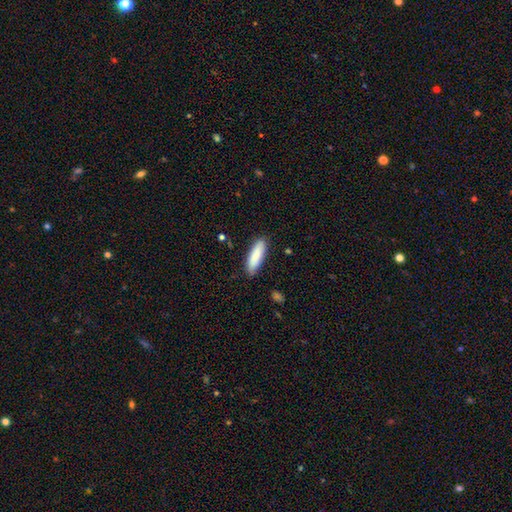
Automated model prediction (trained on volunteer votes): This is clearly a smooth galaxy (87%). How rounded: possibly cigar-shaped (51%). Merging: clearly none (86%).